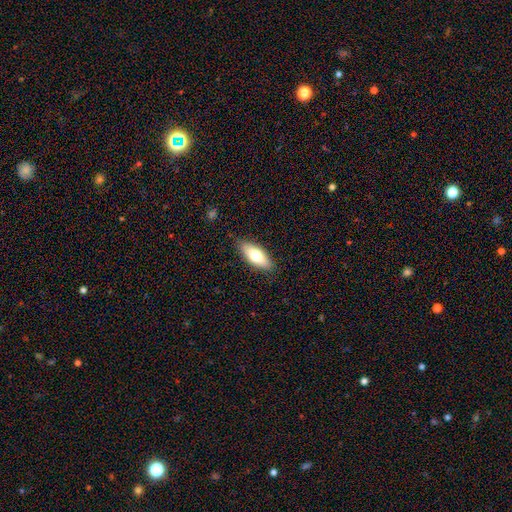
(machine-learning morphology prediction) Q: Smooth or featured?
A: smooth (70%); runner-up: featured or disk (24%)
Q: How rounded?
A: in between (78%); runner-up: cigar-shaped (20%)
Q: Merging?
A: none (86%); runner-up: minor disturbance (11%)